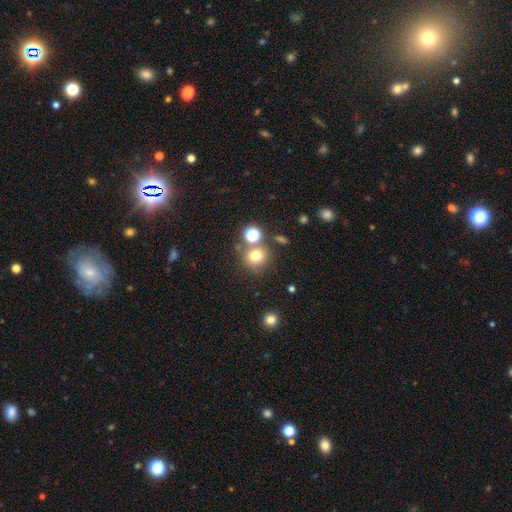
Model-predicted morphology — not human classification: Smooth or featured? Predicted: smooth (p=0.73). How rounded? Predicted: round (p=0.87). Merging? Predicted: none (p=0.70).